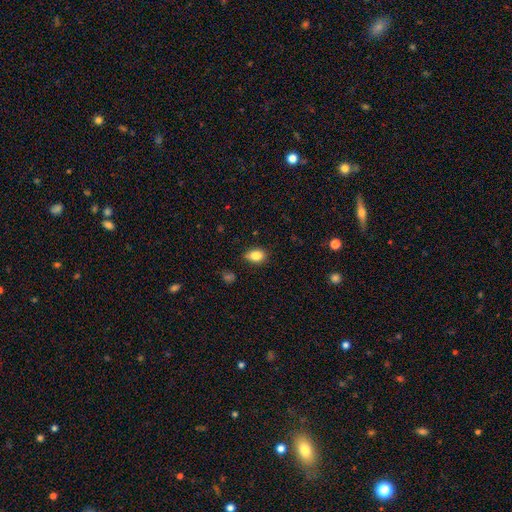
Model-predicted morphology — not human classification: smooth 84%, star or artifact 9%, featured or disk 7%. Down the decision tree: how rounded — in between (82%); merging — none (82%).